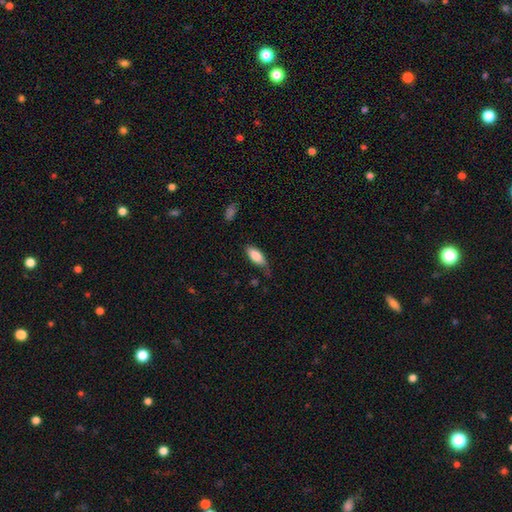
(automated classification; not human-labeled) Q: Smooth or featured?
A: smooth (83%); runner-up: featured or disk (11%)
Q: How rounded?
A: in between (81%); runner-up: cigar-shaped (17%)
Q: Merging?
A: none (61%); runner-up: minor disturbance (30%)